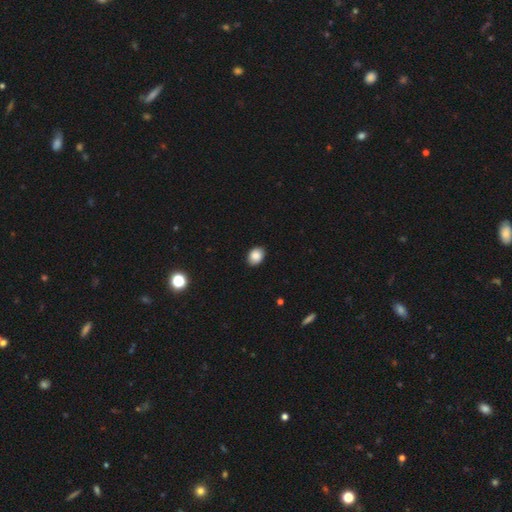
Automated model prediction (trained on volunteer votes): Smooth or featured?
  - smooth: 88% *
  - star or artifact: 8%
  - featured or disk: 4%
How rounded?
  - in between: 72% *
  - round: 27%
  - cigar-shaped: 1%
Merging?
  - none: 89% *
  - minor disturbance: 8%
  - major disturbance: 2%
  - merger: 1%